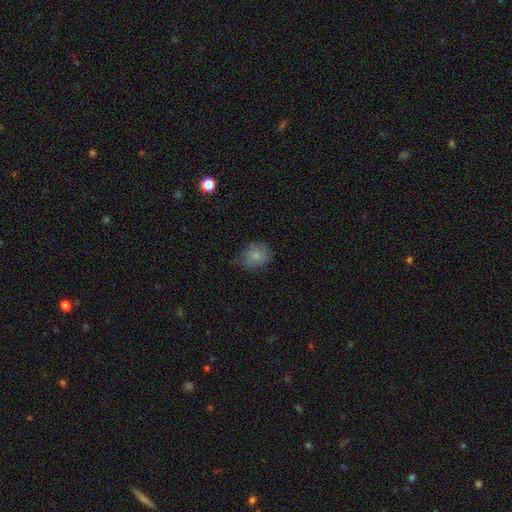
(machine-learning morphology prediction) smooth 74%, featured or disk 18%, star or artifact 8%. Down the decision tree: how rounded — round (72%); merging — none (68%).